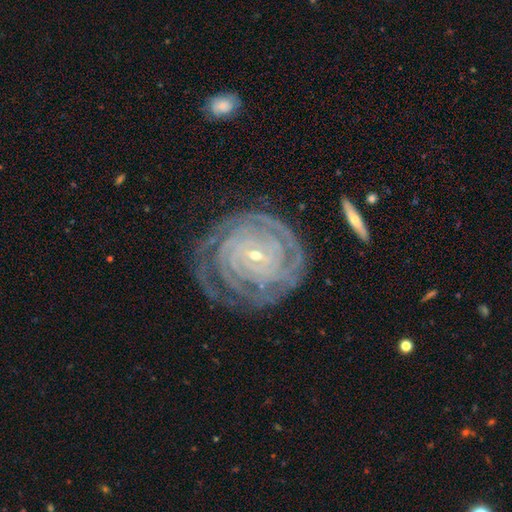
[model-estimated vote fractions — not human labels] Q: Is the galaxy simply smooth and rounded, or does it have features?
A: featured or disk — 91%.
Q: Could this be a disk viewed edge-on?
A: no — 97%.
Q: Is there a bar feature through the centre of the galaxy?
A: no — 52%.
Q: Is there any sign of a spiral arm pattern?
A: yes — 98%.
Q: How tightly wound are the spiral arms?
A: tight — 89%.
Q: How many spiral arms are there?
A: can't tell — 22%, tied with 4.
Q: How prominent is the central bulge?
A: small — 82%.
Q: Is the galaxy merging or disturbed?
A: none — 76%.